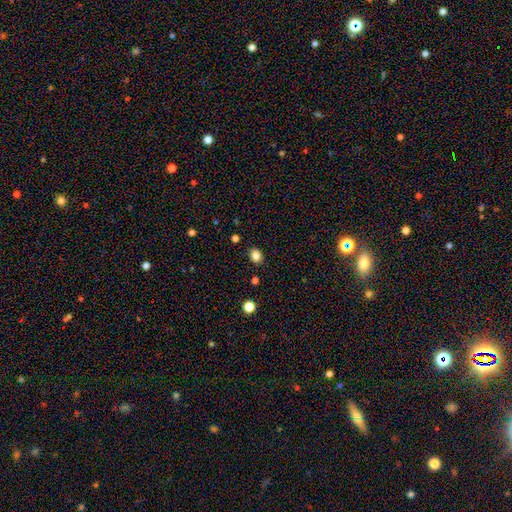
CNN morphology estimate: type=smooth (85%); roundness=round (52%); merging=none (88%).